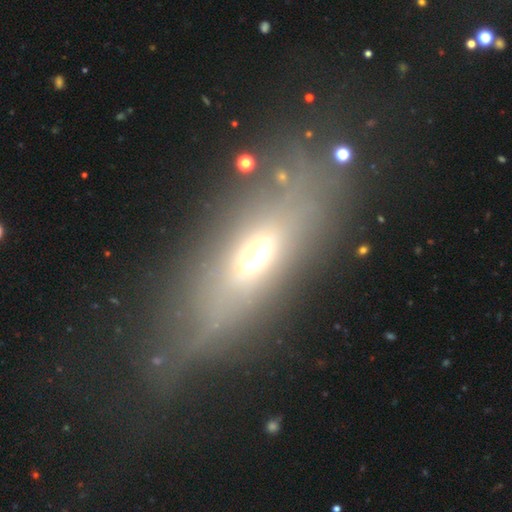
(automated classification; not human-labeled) Smooth or featured?
  - smooth: 47% *
  - featured or disk: 37%
  - star or artifact: 16%
Merging?
  - none: 57% *
  - major disturbance: 20%
  - minor disturbance: 19%
  - merger: 4%